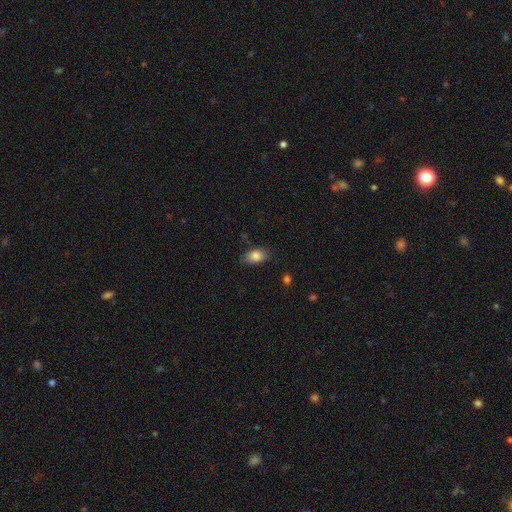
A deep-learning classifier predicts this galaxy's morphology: type=smooth (85%); roundness=in between (87%); merging=none (77%).